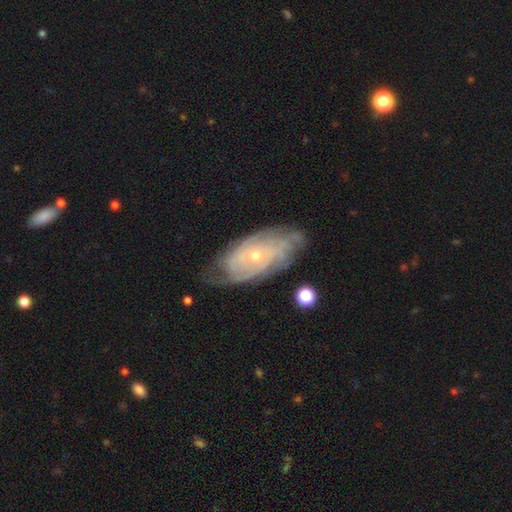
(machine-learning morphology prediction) smooth-or-featured: featured or disk: 82% | smooth: 12% | star or artifact: 6%
  disk-edge-on: no: 93% | yes: 7%
    bar: no: 78% | weak: 18% | strong: 4%
    has-spiral-arms: yes: 93% | no: 7%
      spiral-winding: tight: 72% | medium: 23% | loose: 6%
      spiral-arm-count: can't tell: 45% | 4: 15% | 3: 14% | 2: 14% | more than 4: 7% | 1: 5%
    bulge-size: small: 66% | moderate: 31% | large: 1% | none: 1% | dominant: 1%
  merging: none: 70% | minor disturbance: 21% | major disturbance: 7% | merger: 2%